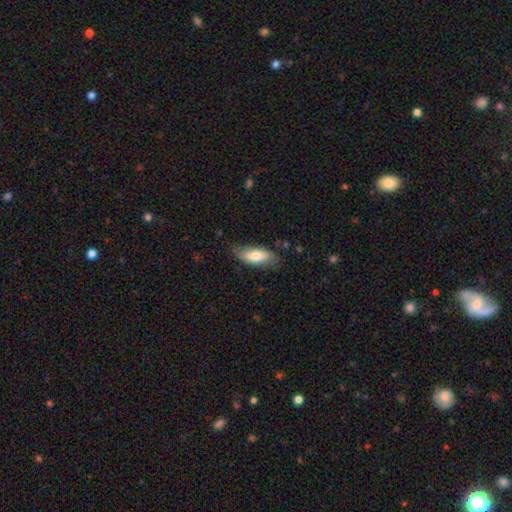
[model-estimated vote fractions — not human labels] A smooth galaxy with no disk features (74%) that is in between round and cigar-shaped (78%). Merging: none (75%).